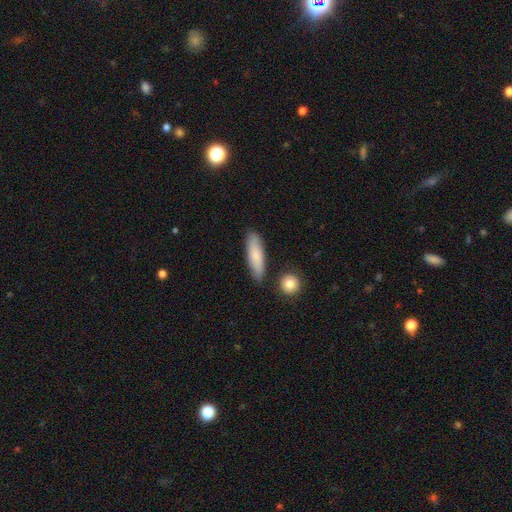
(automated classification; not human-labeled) This is likely a smooth galaxy (77%). How rounded: possibly cigar-shaped (59%). Merging: clearly none (82%).